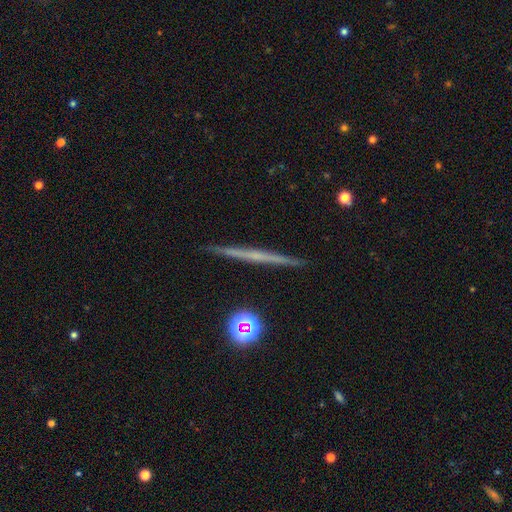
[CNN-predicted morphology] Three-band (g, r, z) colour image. It shows a featured or disk galaxy (62%) viewed edge-on (98%) with no central bulge (81%). Merging: none (92%).